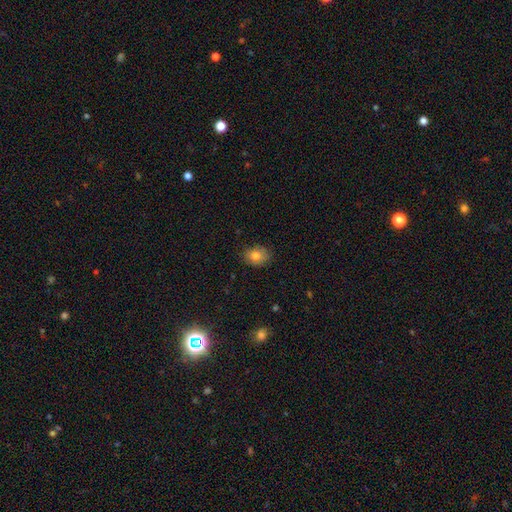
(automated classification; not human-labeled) Overall: smooth (81%). How rounded: in between (58%; round 41%). Merging: none (82%).